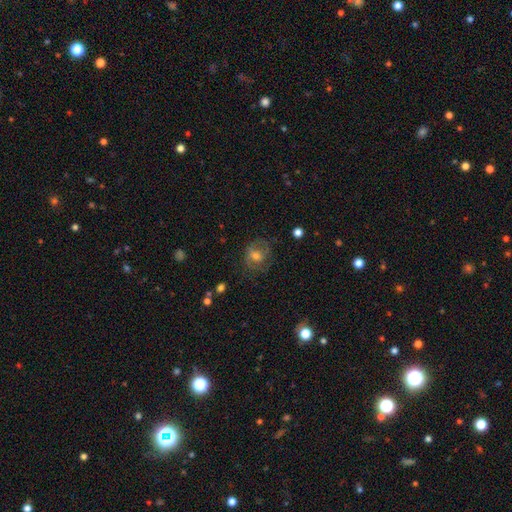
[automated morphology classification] Smooth or featured? smooth (48%)
Merging? none (67%)